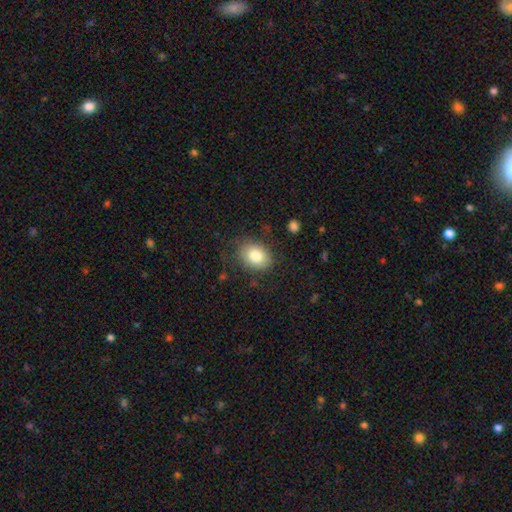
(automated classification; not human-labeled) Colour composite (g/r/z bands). It shows a smooth galaxy with no disk features (81%) that is in between round and cigar-shaped (61%). Merging: none (78%).